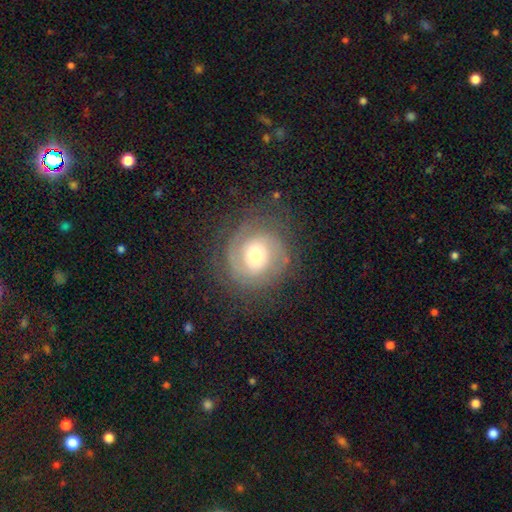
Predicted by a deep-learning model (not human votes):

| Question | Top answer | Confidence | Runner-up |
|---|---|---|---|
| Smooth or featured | featured or disk | 73% | smooth (20%) |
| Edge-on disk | no | 97% | yes (3%) |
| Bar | no | 67% | weak (24%) |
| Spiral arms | yes | 87% | no (13%) |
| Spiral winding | tight | 63% | medium (28%) |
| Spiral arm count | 2 | 55% | can't tell (22%) |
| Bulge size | moderate | 55% | small (30%) |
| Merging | none | 76% | minor disturbance (13%) |